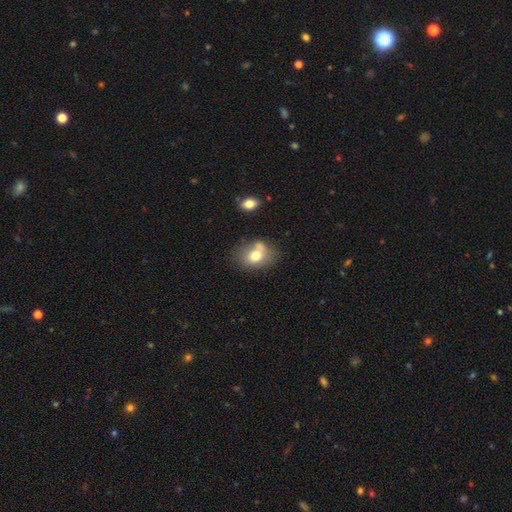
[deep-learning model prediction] smooth-or-featured: smooth: 72% | featured or disk: 18% | star or artifact: 10%
  how-rounded: in between: 60% | round: 39% | cigar-shaped: 1%
  merging: none: 44% | merger: 27% | minor disturbance: 21% | major disturbance: 8%